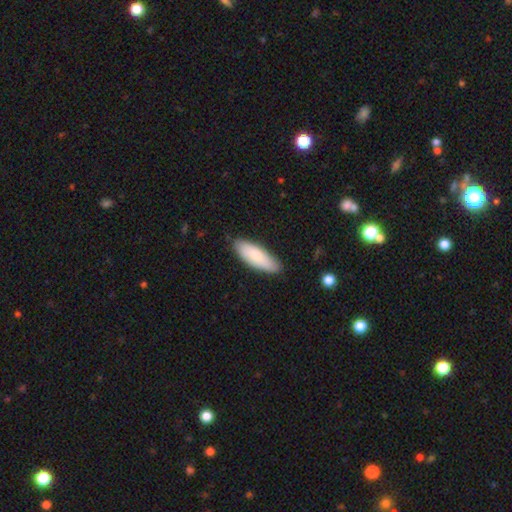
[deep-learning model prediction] Smooth or featured? smooth (78%)
How rounded? in between (64%)
Merging? none (84%)